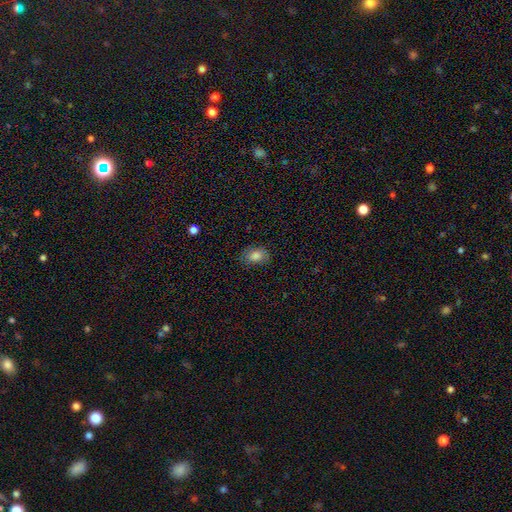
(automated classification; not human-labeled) Smooth or featured: smooth — 82% (star or artifact — 10%)
How rounded: in between — 72% (round — 27%)
Merging: none — 75% (minor disturbance — 19%)